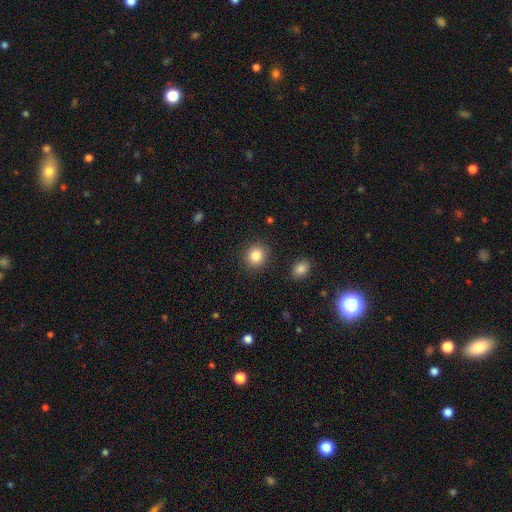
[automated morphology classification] Smooth or featured?
  - smooth: 85% *
  - star or artifact: 9%
  - featured or disk: 5%
How rounded?
  - round: 81% *
  - in between: 18%
  - cigar-shaped: 1%
Merging?
  - none: 88% *
  - minor disturbance: 7%
  - major disturbance: 3%
  - merger: 2%